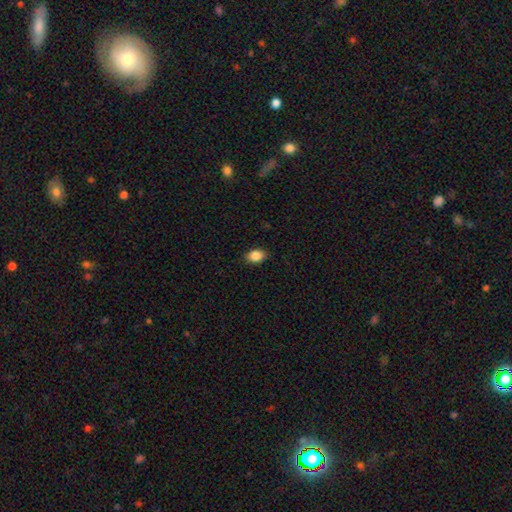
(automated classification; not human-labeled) Overall: smooth (86%). How rounded: in between (76%). Merging: none (87%).